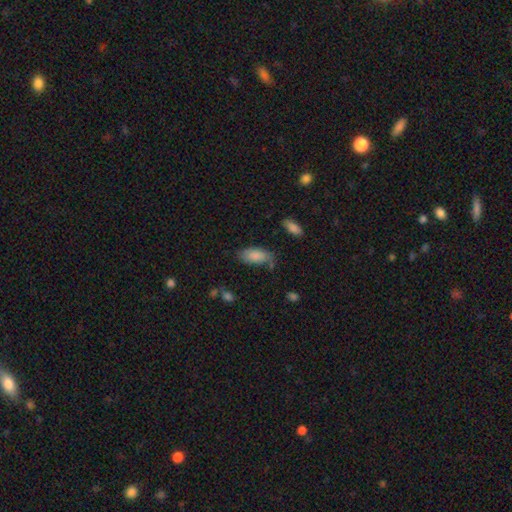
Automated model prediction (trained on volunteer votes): smooth 84%, featured or disk 9%, star or artifact 7%. Down the decision tree: how rounded — in between (90%); merging — none (62%).